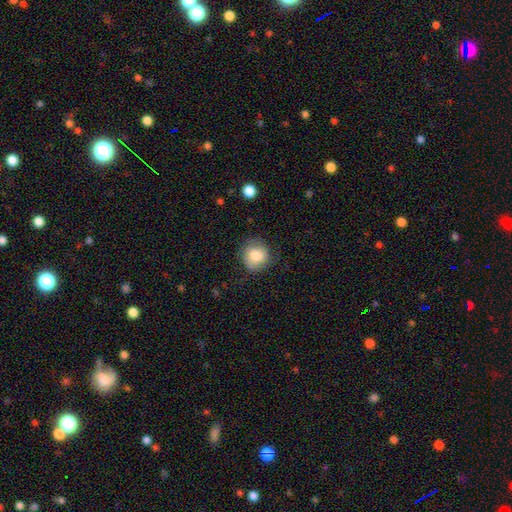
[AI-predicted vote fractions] Smooth or featured? Predicted: smooth (p=0.81). How rounded? Predicted: round (p=0.84). Merging? Predicted: none (p=0.71).